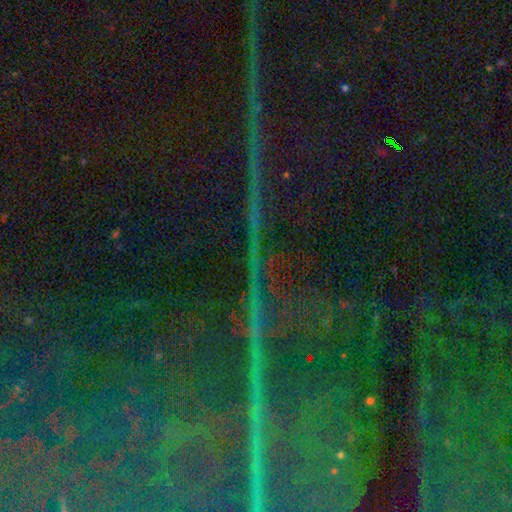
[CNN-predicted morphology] smooth_or_featured: star or artifact (p=0.88) [alt: featured or disk p=0.07]